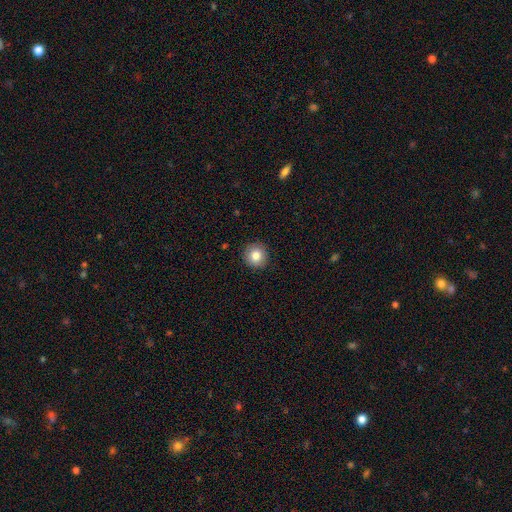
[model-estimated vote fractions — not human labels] The model was most divided on "smooth or featured": smooth: 83%, star or artifact: 9%, featured or disk: 8%. More confident: how rounded — round (93%); merging — none (91%).